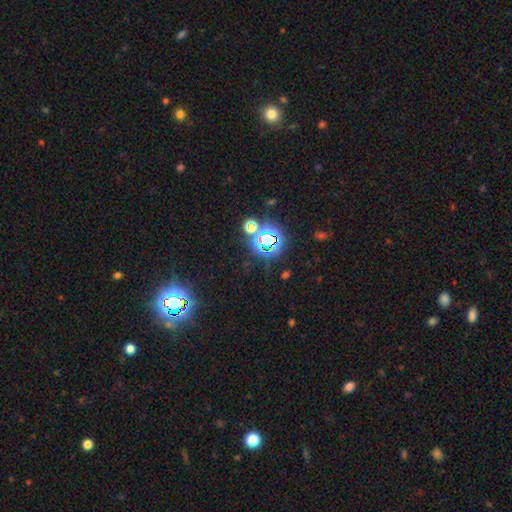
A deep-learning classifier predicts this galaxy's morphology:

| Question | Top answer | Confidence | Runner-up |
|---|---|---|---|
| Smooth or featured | star or artifact | 76% | smooth (17%) |